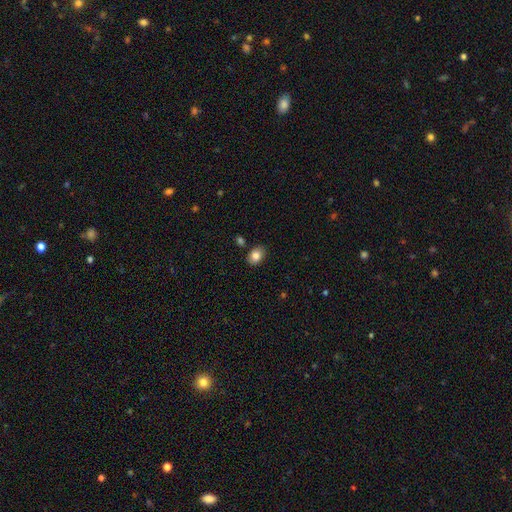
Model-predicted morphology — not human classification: This appears to be a smooth galaxy with no disk features (85%) that is in between round and cigar-shaped (73%). Merging: none (84%).